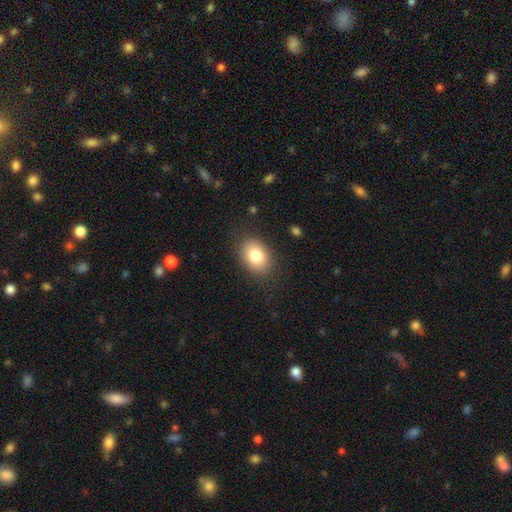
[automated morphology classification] A smooth galaxy with no disk features (82%) that is in between round and cigar-shaped (73%). Merging: none (84%).